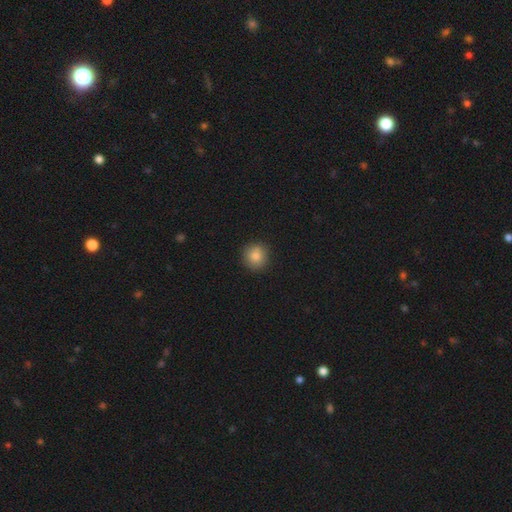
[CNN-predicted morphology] smooth-or-featured: smooth: 84% | star or artifact: 9% | featured or disk: 6%
  how-rounded: round: 91% | in between: 8% | cigar-shaped: 1%
  merging: none: 86% | minor disturbance: 10% | major disturbance: 2% | merger: 2%